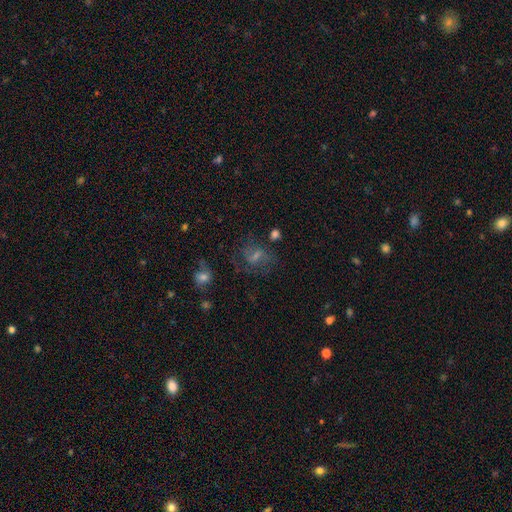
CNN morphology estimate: Overall: smooth (46%; featured or disk 38%). Merging: none (48%; major disturbance 23%).